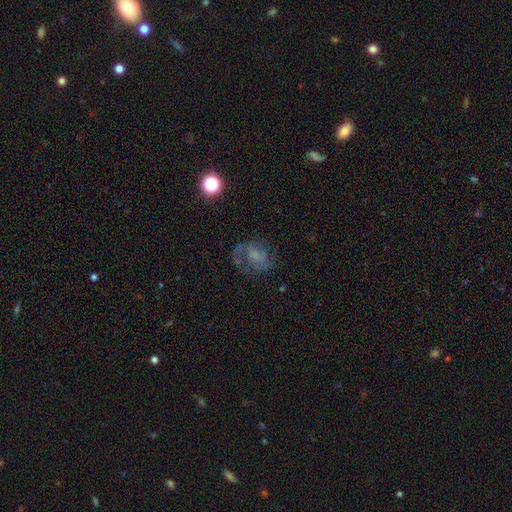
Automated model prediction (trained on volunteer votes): A featured or disk galaxy (48%).

Vote fractions:
- Smooth or featured? featured or disk: 48% / smooth: 35% / star or artifact: 17%
- Merging? none: 51% / major disturbance: 26% / minor disturbance: 20% / merger: 3%